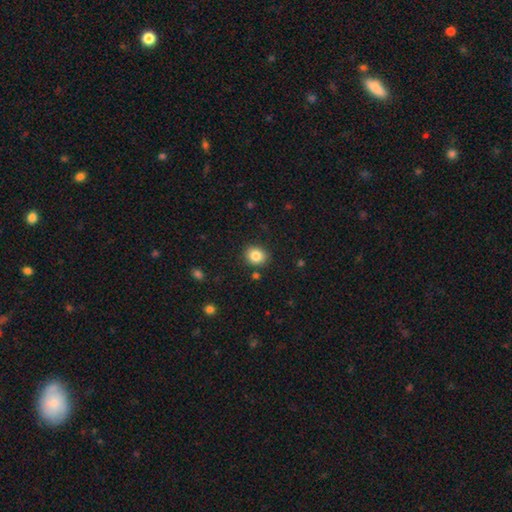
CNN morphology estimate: smooth_or_featured: smooth (p=0.84) [alt: star or artifact p=0.10]
how_rounded: round (p=0.70) [alt: in between p=0.30]
merging: none (p=0.86) [alt: minor disturbance p=0.09]